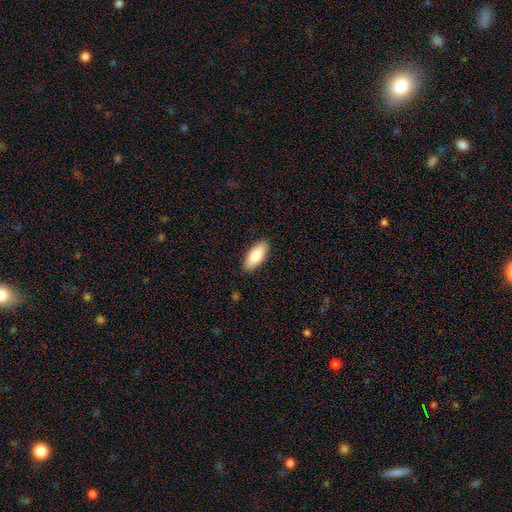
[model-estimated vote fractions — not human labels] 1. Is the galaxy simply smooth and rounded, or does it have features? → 82% smooth, 13% featured or disk, 6% star or artifact.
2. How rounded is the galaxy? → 84% in between, 14% cigar-shaped, 2% round.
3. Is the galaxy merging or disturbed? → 89% none, 9% minor disturbance, 2% major disturbance, 1% merger.